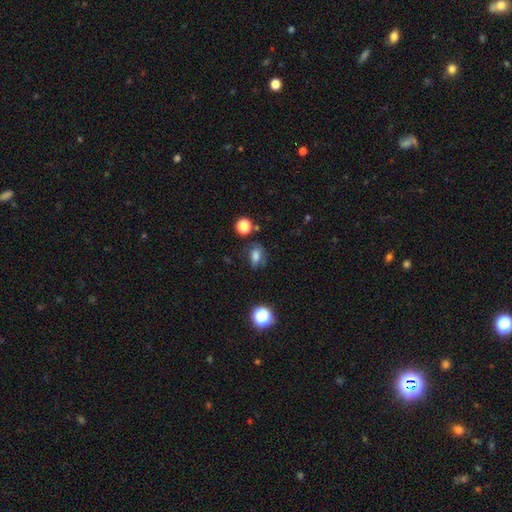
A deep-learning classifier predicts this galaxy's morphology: Smooth or featured? smooth (74%)
How rounded? in between (75%)
Merging? none (68%)